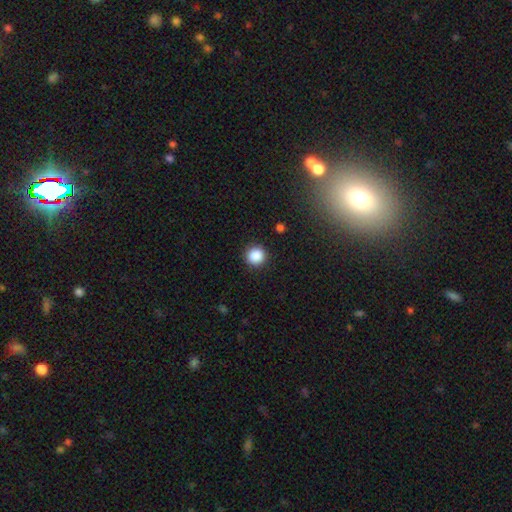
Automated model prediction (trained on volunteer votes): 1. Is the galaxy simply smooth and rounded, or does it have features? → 87% smooth, 10% star or artifact, 3% featured or disk.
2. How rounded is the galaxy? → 95% round, 4% in between, 1% cigar-shaped.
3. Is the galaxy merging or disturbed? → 91% none, 6% minor disturbance, 2% major disturbance, 1% merger.